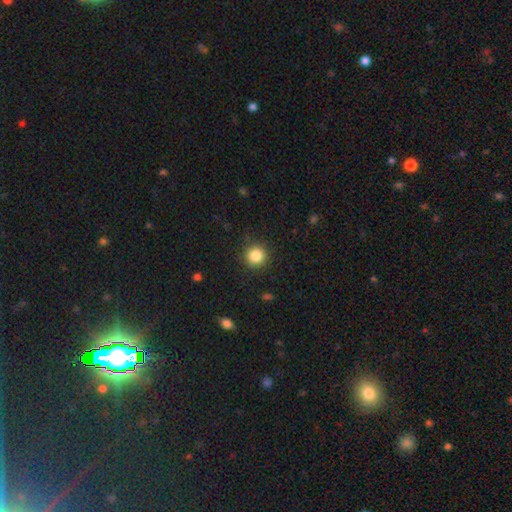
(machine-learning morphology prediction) Smooth or featured: smooth — 85% (star or artifact — 11%)
How rounded: round — 94% (in between — 5%)
Merging: none — 90% (minor disturbance — 7%)